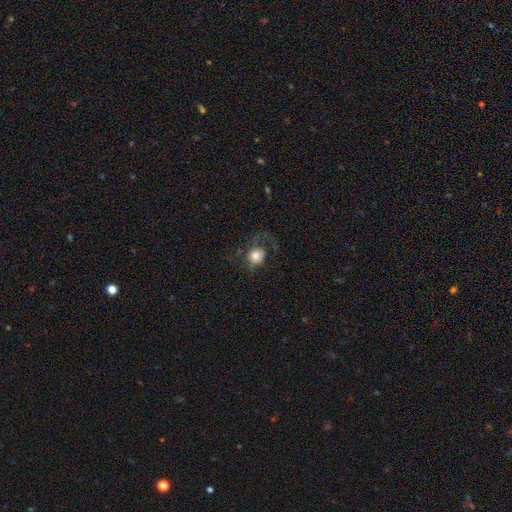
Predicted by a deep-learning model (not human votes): A smooth galaxy with no disk features (68%) that is round (79%).

Vote fractions:
- Smooth or featured? smooth: 68% / featured or disk: 22% / star or artifact: 10%
- How rounded? round: 79% / in between: 20% / cigar-shaped: 1%
- Merging? none: 43% / major disturbance: 37% / minor disturbance: 18% / merger: 2%